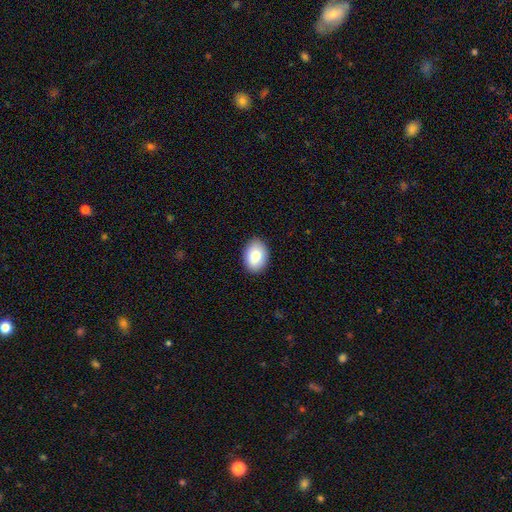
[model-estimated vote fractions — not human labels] Q: Smooth or featured?
A: smooth (86%); runner-up: featured or disk (7%)
Q: How rounded?
A: in between (82%); runner-up: round (17%)
Q: Merging?
A: none (88%); runner-up: minor disturbance (9%)